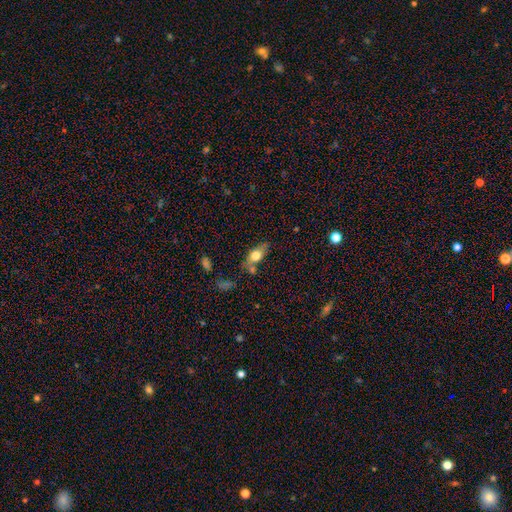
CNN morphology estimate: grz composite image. It shows a smooth galaxy with no disk features (66%) that is in between round and cigar-shaped (75%). Merging: none (55%).